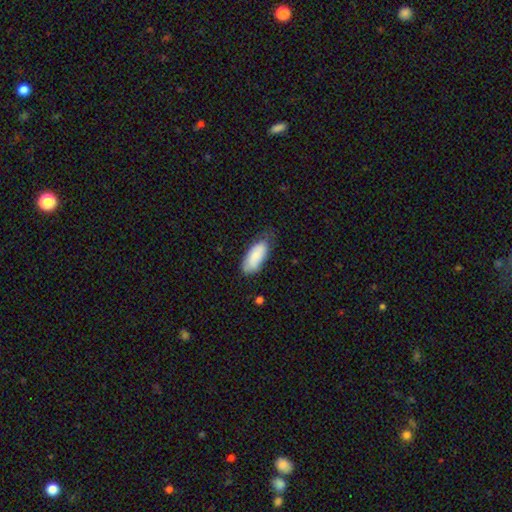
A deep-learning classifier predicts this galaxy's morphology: Overall: smooth (83%). How rounded: in between (85%). Merging: none (61%; minor disturbance 31%).